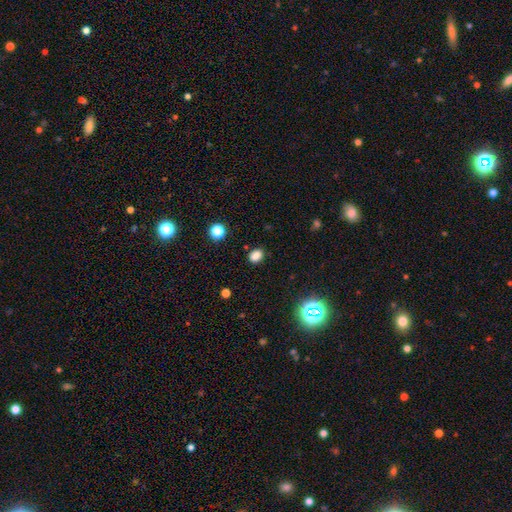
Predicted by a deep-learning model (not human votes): smooth_or_featured: smooth (p=0.81) [alt: star or artifact p=0.15]
how_rounded: in between (p=0.64) [alt: round p=0.35]
merging: none (p=0.86) [alt: minor disturbance p=0.10]